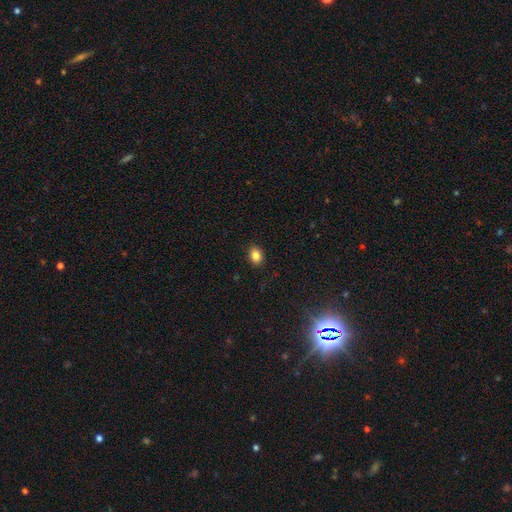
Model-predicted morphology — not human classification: type=smooth (85%); roundness=in between (63%); merging=none (89%).